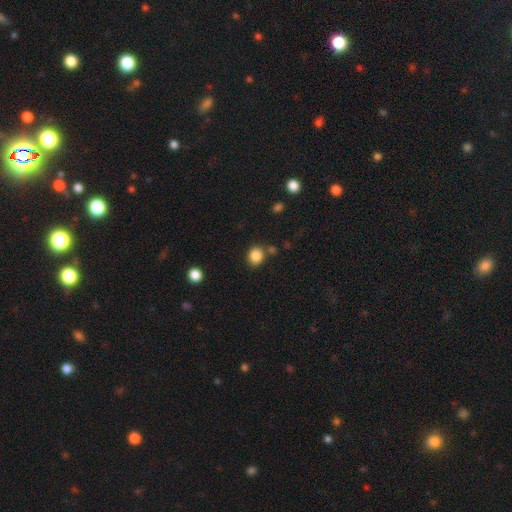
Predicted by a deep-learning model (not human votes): Overall: smooth (86%). How rounded: round (70%). Merging: none (76%).